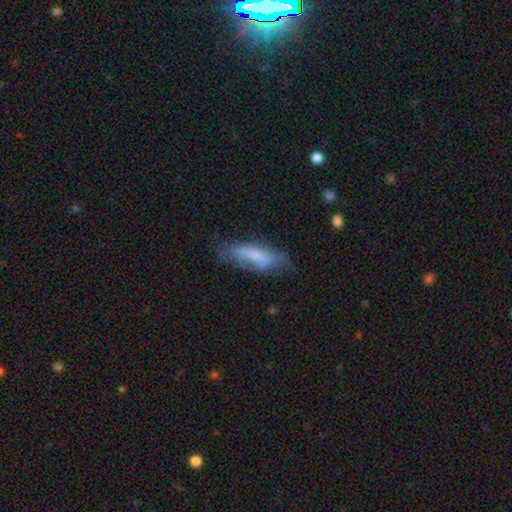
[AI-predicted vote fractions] Overall: smooth (62%; featured or disk 31%). How rounded: cigar-shaped (49%, tied with in between). Merging: none (56%; minor disturbance 29%).